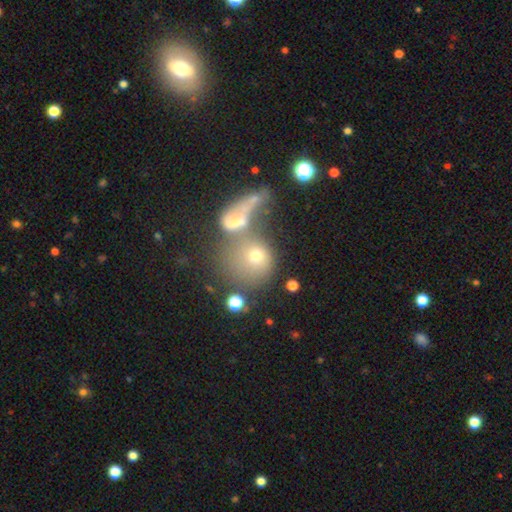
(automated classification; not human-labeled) Smooth or featured? Predicted: smooth (p=0.62). How rounded? Predicted: round (p=0.73). Merging? Predicted: merger (p=0.56).